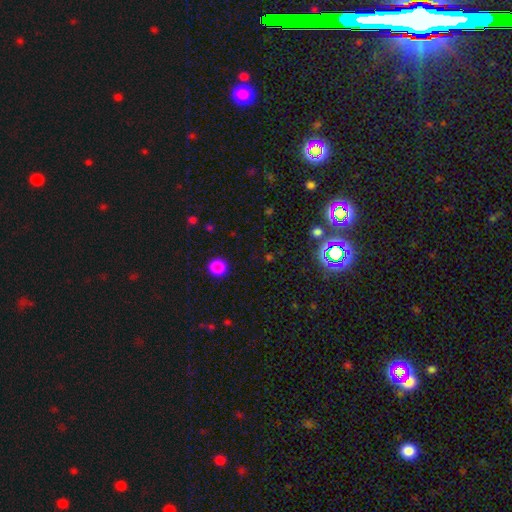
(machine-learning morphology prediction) smooth-or-featured: smooth: 61% | star or artifact: 33% | featured or disk: 6%
  how-rounded: round: 87% | in between: 11% | cigar-shaped: 2%
  merging: none: 86% | minor disturbance: 7% | major disturbance: 4% | merger: 3%